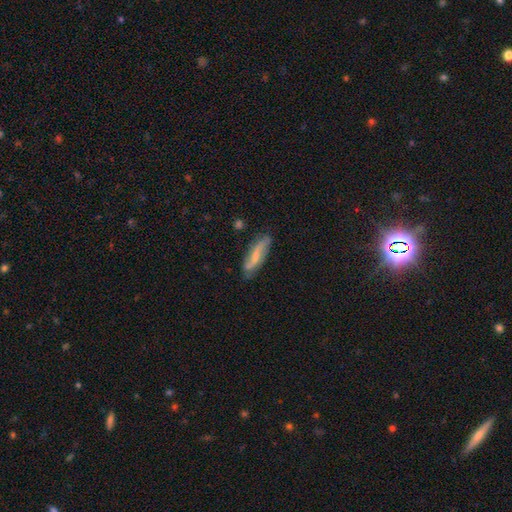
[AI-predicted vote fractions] Smooth or featured?
  - featured or disk: 55% *
  - smooth: 38%
  - star or artifact: 7%
Edge-on disk?
  - no: 75% *
  - yes: 25%
Merging?
  - none: 73% *
  - minor disturbance: 20%
  - major disturbance: 5%
  - merger: 3%